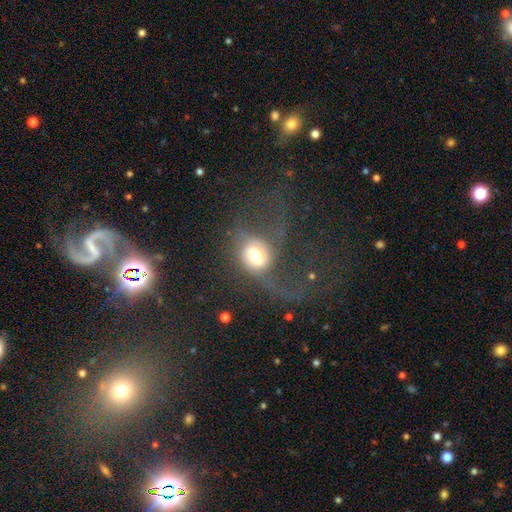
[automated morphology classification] smooth-or-featured: featured or disk: 56% | smooth: 35% | star or artifact: 9%
  disk-edge-on: no: 95% | yes: 5%
    bar: no: 56% | weak: 33% | strong: 11%
    has-spiral-arms: yes: 72% | no: 28%
    bulge-size: moderate: 60% | large: 24% | small: 11% | dominant: 4% | none: 1%
  merging: major disturbance: 56% | none: 27% | minor disturbance: 13% | merger: 4%